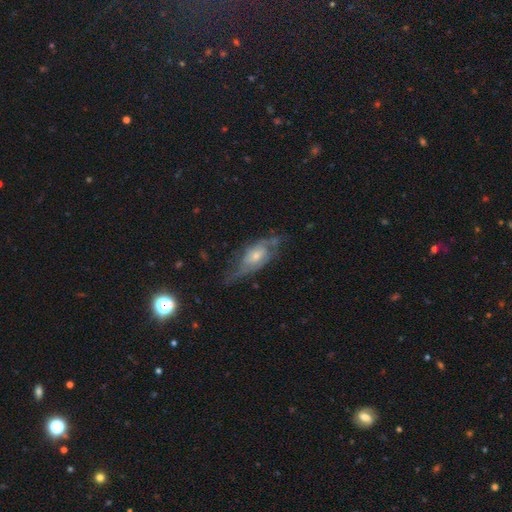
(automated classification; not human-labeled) Smooth or featured? featured or disk (71%)
Edge-on disk? no (84%)
Bar? no (64%)
Spiral arms? yes (81%)
Bulge size? small (45%, tied with moderate)
Merging? none (54%)